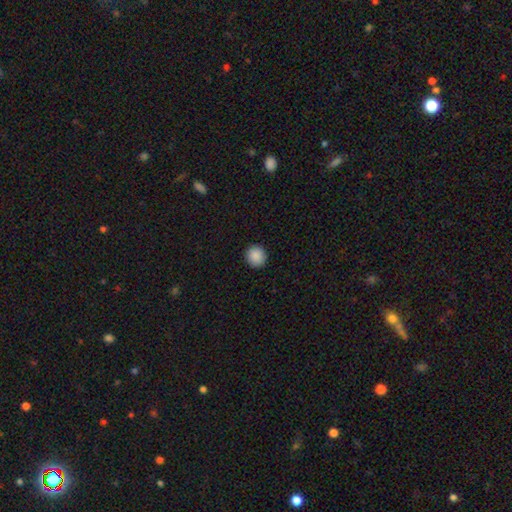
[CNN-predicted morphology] Smooth or featured? Predicted: smooth (p=0.89). How rounded? Predicted: round (p=0.86). Merging? Predicted: none (p=0.92).